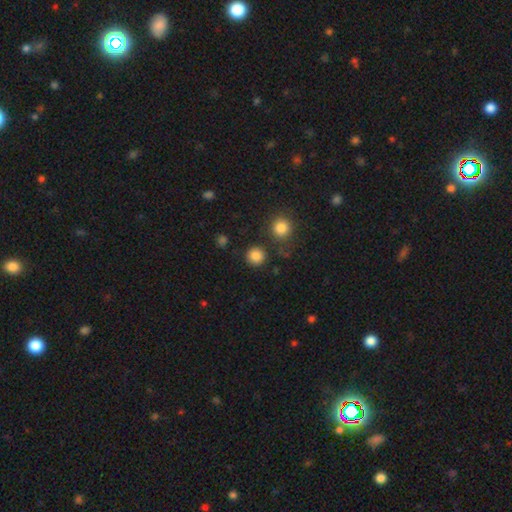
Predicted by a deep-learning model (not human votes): Smooth or featured? smooth (86%)
How rounded? round (94%)
Merging? none (86%)